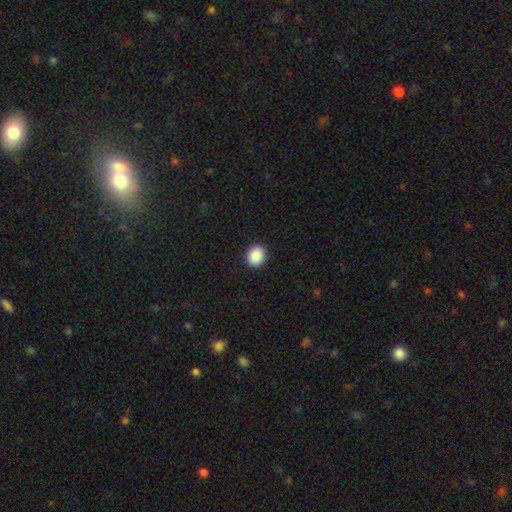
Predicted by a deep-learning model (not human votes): Q: Smooth or featured?
A: smooth (89%); runner-up: star or artifact (8%)
Q: How rounded?
A: round (58%); runner-up: in between (41%)
Q: Merging?
A: none (92%); runner-up: minor disturbance (6%)